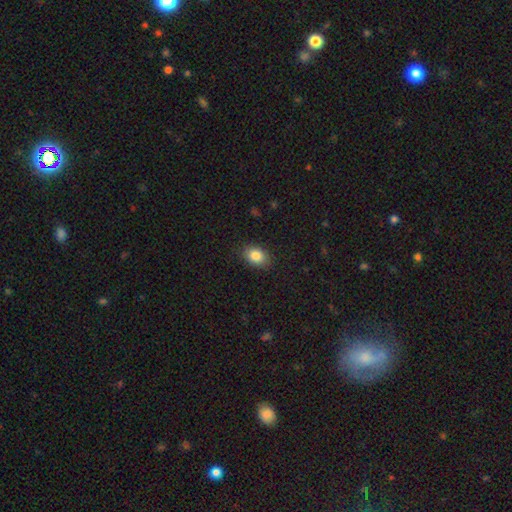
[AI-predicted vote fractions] Smooth or featured? Predicted: smooth (p=0.86). How rounded? Predicted: in between (p=0.76). Merging? Predicted: none (p=0.87).